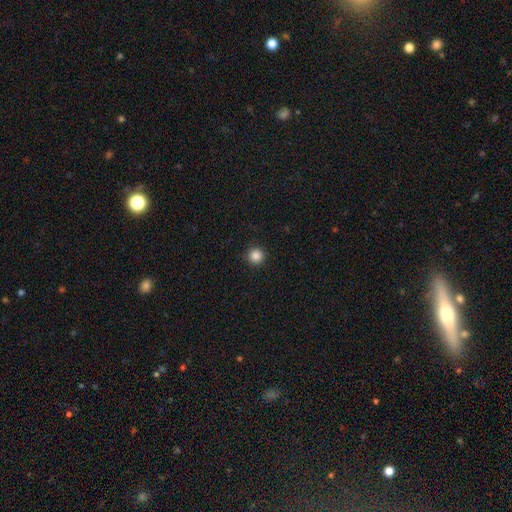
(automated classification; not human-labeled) Morphology: type=smooth (86%); roundness=round (95%); merging=none (92%).